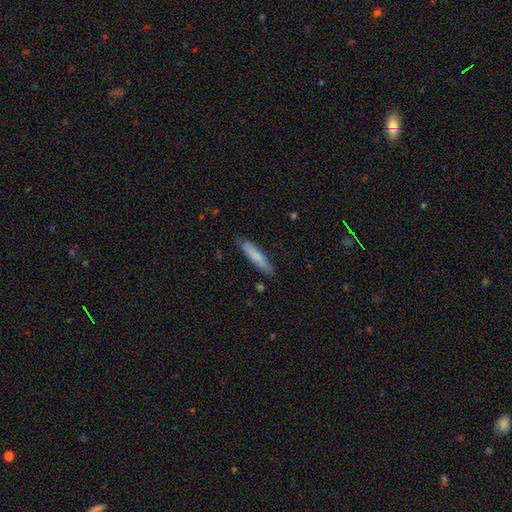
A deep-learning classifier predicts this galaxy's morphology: Smooth or featured? smooth (80%)
How rounded? cigar-shaped (86%)
Merging? none (85%)